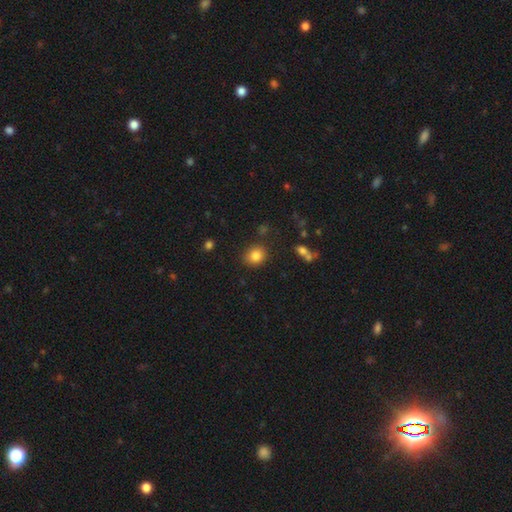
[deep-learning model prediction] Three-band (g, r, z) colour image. It shows a smooth galaxy with no disk features (84%) that is round (72%). Merging: none (85%).